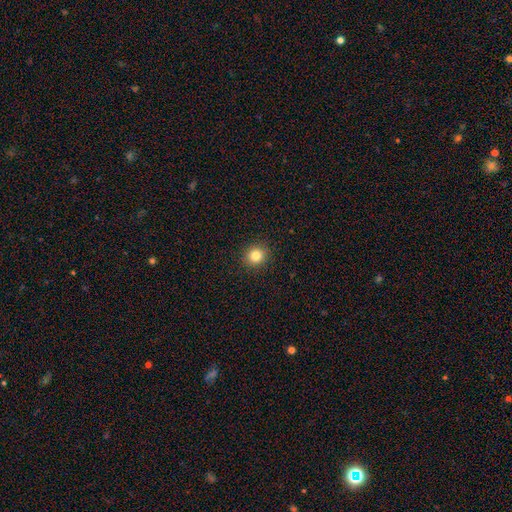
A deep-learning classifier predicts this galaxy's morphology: smooth-or-featured: smooth: 83% | star or artifact: 12% | featured or disk: 5%
  how-rounded: round: 87% | in between: 12% | cigar-shaped: 1%
  merging: none: 92% | minor disturbance: 5% | major disturbance: 2% | merger: 1%